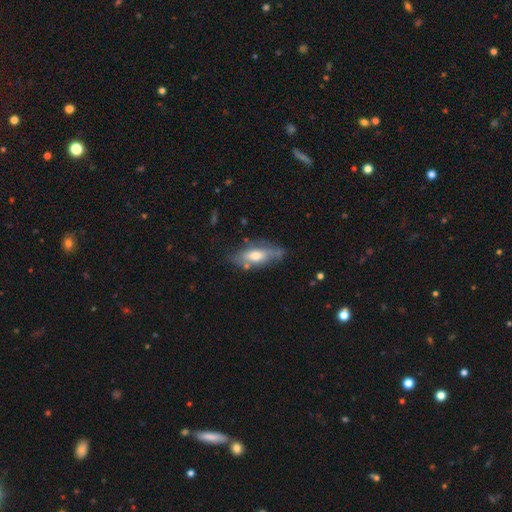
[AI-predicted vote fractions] Q: Smooth or featured?
A: smooth (54%); runner-up: featured or disk (40%)
Q: How rounded?
A: in between (73%); runner-up: cigar-shaped (24%)
Q: Merging?
A: none (64%); runner-up: minor disturbance (24%)